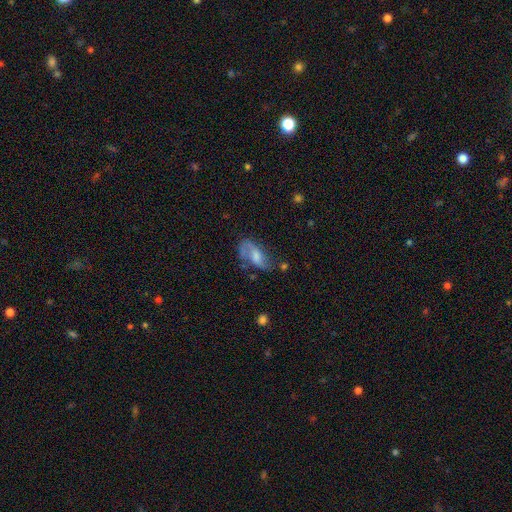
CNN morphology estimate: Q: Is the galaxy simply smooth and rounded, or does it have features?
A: featured or disk — 61%.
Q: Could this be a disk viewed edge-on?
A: no — 92%.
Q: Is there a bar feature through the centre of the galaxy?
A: no — 49%.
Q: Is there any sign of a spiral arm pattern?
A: yes — 82%.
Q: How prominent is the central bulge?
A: moderate — 41%.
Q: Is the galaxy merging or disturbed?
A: none — 50%.